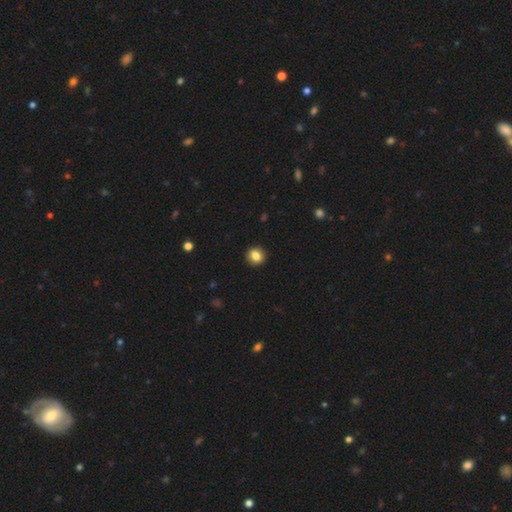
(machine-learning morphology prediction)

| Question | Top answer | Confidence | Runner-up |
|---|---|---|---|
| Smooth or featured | smooth | 84% | star or artifact (9%) |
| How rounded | round | 86% | in between (13%) |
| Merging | none | 92% | minor disturbance (5%) |